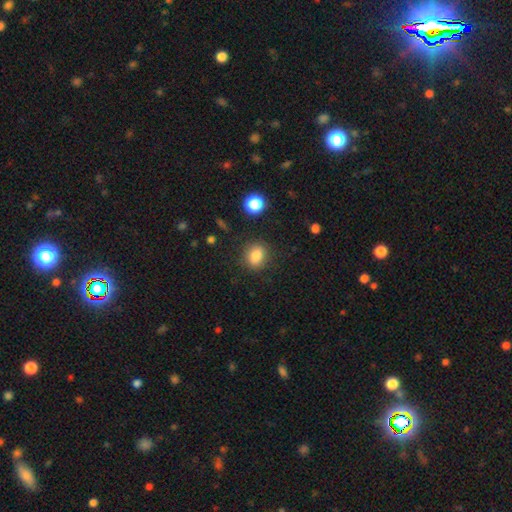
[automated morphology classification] Smooth or featured?
  - smooth: 84% *
  - star or artifact: 10%
  - featured or disk: 6%
How rounded?
  - in between: 55% *
  - round: 43%
  - cigar-shaped: 2%
Merging?
  - none: 84% *
  - minor disturbance: 11%
  - major disturbance: 4%
  - merger: 2%